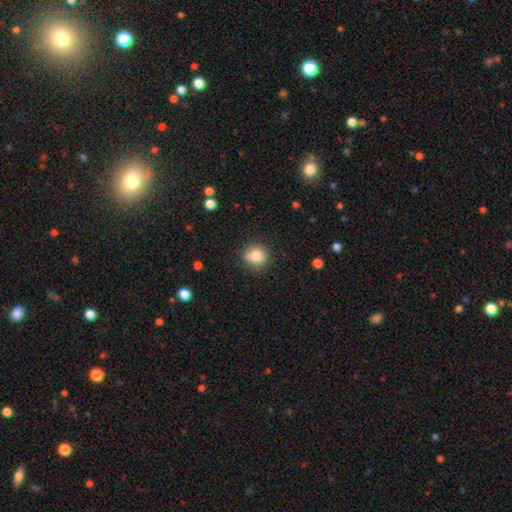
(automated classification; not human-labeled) smooth 82%, star or artifact 10%, featured or disk 7%. Down the decision tree: how rounded — round (91%); merging — none (81%).